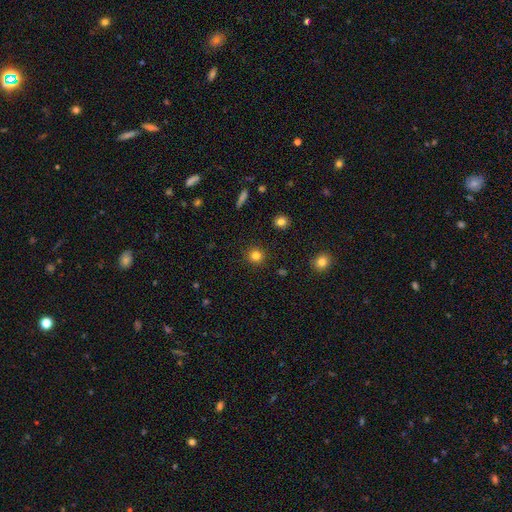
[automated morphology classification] This is clearly a smooth galaxy (82%). How rounded: clearly round (94%). Merging: clearly none (92%).